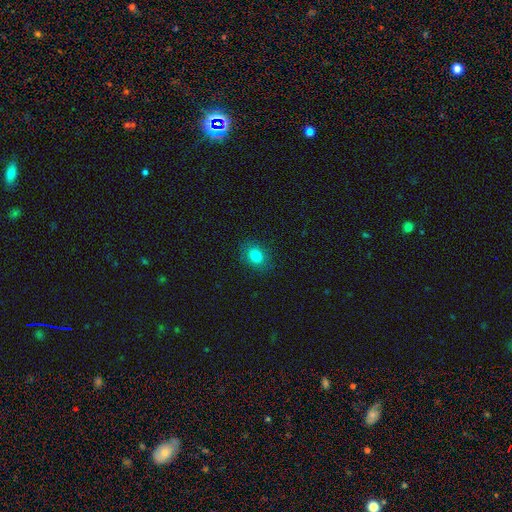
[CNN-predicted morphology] Smooth or featured? Predicted: smooth (p=0.82). How rounded? Predicted: in between (p=0.54). Merging? Predicted: none (p=0.86).